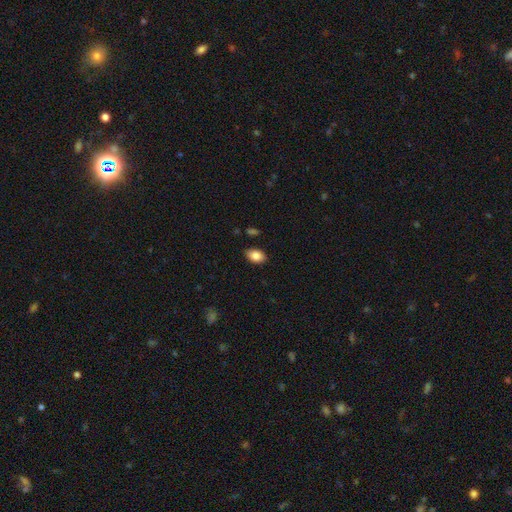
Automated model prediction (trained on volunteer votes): Smooth or featured? smooth (86%)
How rounded? in between (89%)
Merging? none (87%)